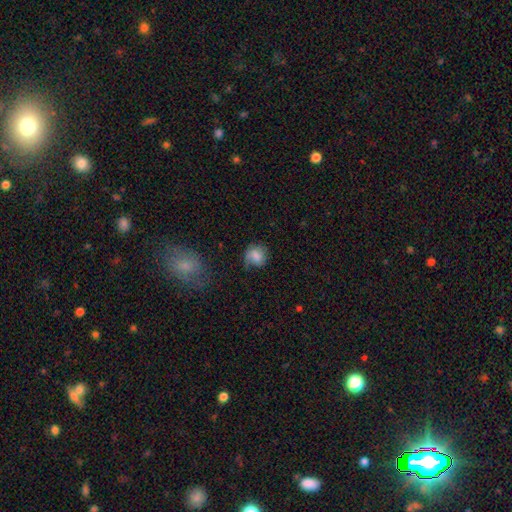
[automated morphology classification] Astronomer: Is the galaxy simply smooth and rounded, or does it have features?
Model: smooth — 68%.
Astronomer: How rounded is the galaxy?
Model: round — 74%.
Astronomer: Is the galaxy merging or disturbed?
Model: none — 57%.